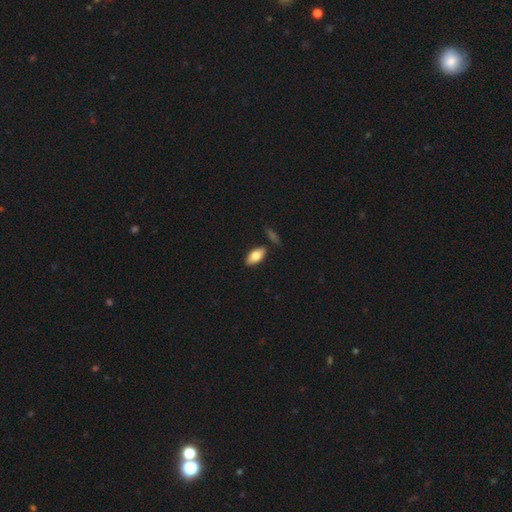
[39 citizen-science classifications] Morphology: type=smooth (64%); roundness=in between (96%); merging=none (81%).